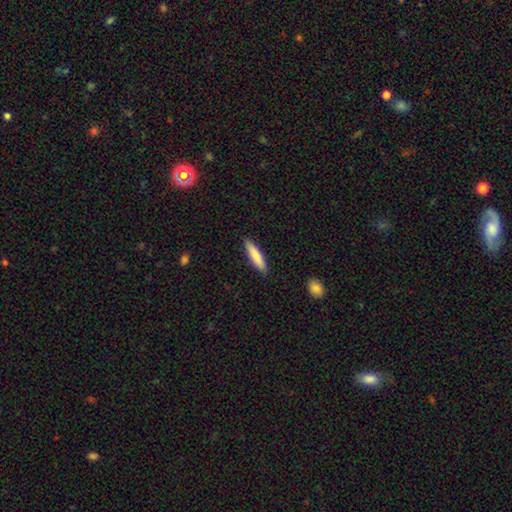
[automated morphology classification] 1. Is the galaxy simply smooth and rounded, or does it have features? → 81% smooth, 13% featured or disk, 6% star or artifact.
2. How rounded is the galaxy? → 84% cigar-shaped, 15% in between, 1% round.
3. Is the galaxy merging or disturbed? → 90% none, 8% minor disturbance, 2% major disturbance, 1% merger.